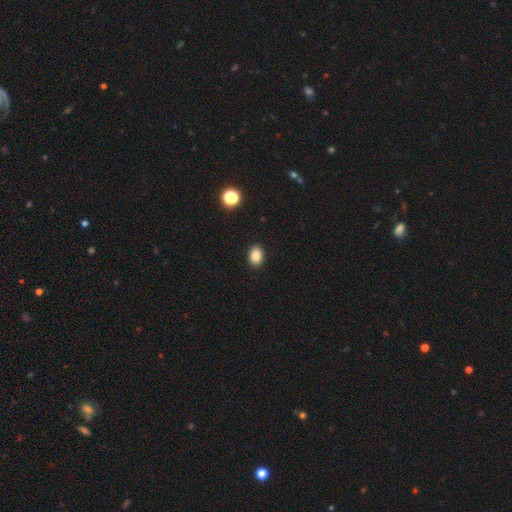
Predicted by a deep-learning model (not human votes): Smooth or featured?
  - smooth: 87% *
  - star or artifact: 10%
  - featured or disk: 3%
How rounded?
  - in between: 78% *
  - round: 21%
  - cigar-shaped: 1%
Merging?
  - none: 90% *
  - minor disturbance: 7%
  - major disturbance: 2%
  - merger: 1%